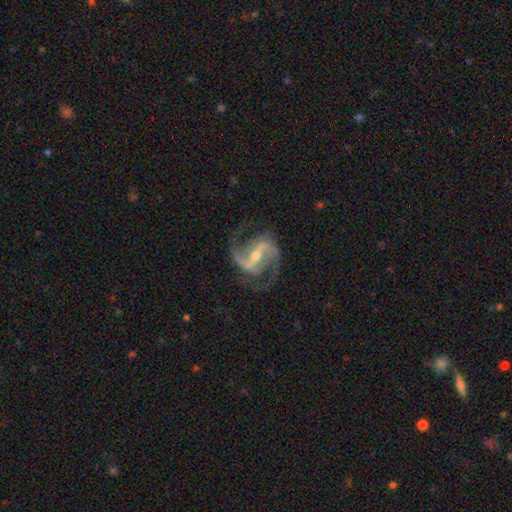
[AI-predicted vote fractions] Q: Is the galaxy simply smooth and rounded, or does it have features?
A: featured or disk — 93%.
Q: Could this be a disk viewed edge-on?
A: no — 98%.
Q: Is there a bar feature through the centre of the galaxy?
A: strong — 55%.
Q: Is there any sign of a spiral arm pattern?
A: yes — 98%.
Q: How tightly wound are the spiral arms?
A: medium — 57%.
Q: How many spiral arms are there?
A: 2 — 90%.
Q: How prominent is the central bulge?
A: moderate — 50%.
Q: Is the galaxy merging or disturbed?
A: none — 77%.